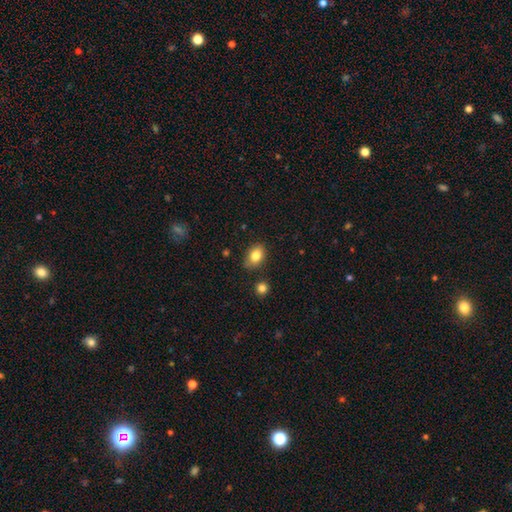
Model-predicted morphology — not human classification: Smooth or featured? smooth (82%)
How rounded? in between (77%)
Merging? none (78%)